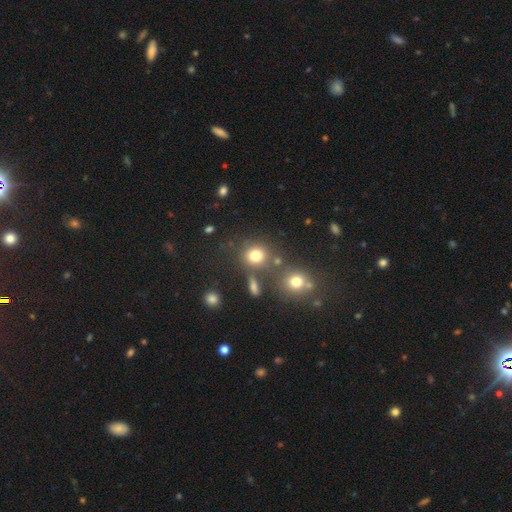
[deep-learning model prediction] Smooth or featured?
  - smooth: 76% *
  - star or artifact: 17%
  - featured or disk: 8%
How rounded?
  - round: 82% *
  - in between: 16%
  - cigar-shaped: 1%
Merging?
  - none: 66% *
  - merger: 19%
  - minor disturbance: 10%
  - major disturbance: 5%